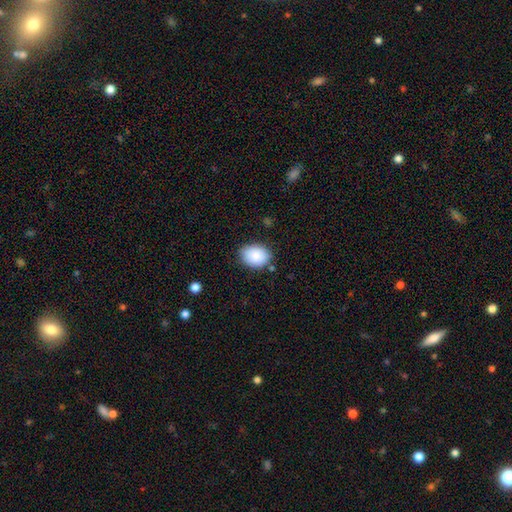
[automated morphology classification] smooth-or-featured: smooth: 88% | star or artifact: 7% | featured or disk: 5%
  how-rounded: in between: 64% | round: 36% | cigar-shaped: 1%
  merging: none: 80% | minor disturbance: 15% | major disturbance: 3% | merger: 2%